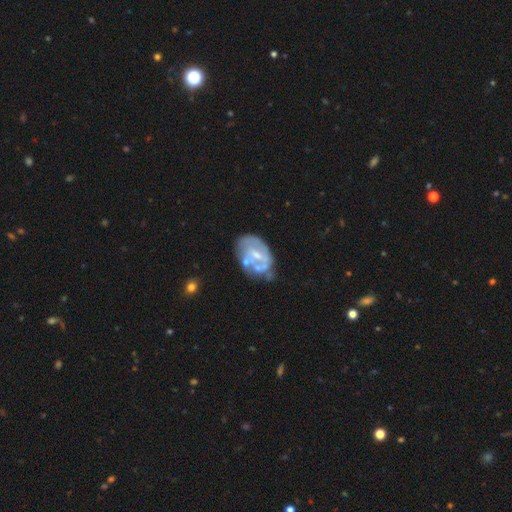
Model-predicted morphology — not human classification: Smooth or featured: featured or disk — 70% (smooth — 23%)
Edge-on disk: no — 97% (yes — 3%)
Bar: no — 46% (weak — 41%)
Spiral arms: no — 57% (yes — 43%)
Bulge size: small — 48% (moderate — 37%)
Merging: none — 39% (minor disturbance — 27%)